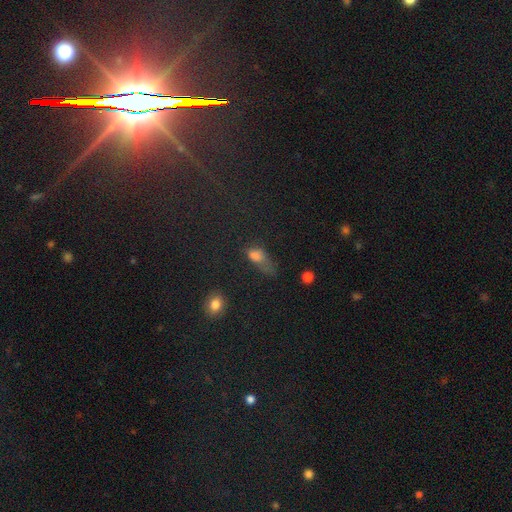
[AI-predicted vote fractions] Smooth or featured?
  - smooth: 62% *
  - star or artifact: 22%
  - featured or disk: 16%
How rounded?
  - in between: 63% *
  - round: 21%
  - cigar-shaped: 16%
Merging?
  - none: 33% *
  - major disturbance: 32%
  - minor disturbance: 27%
  - merger: 8%